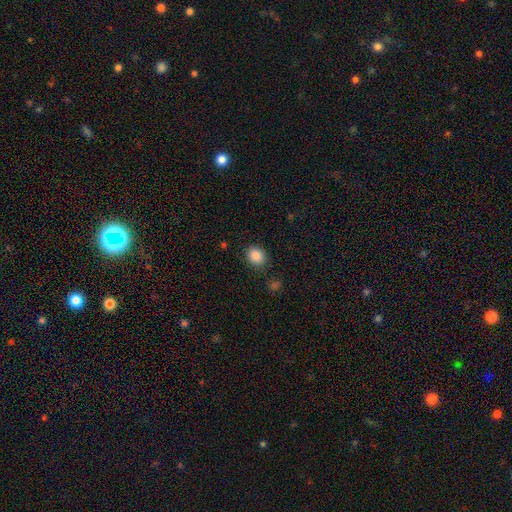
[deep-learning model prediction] A smooth galaxy with no disk features (87%) that is round (62%). Merging: none (84%).